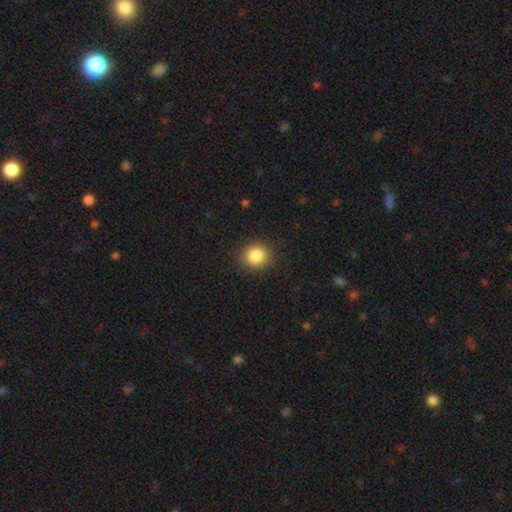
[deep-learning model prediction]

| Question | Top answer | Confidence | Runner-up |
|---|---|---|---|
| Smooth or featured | smooth | 85% | star or artifact (10%) |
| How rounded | round | 82% | in between (17%) |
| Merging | none | 88% | minor disturbance (8%) |